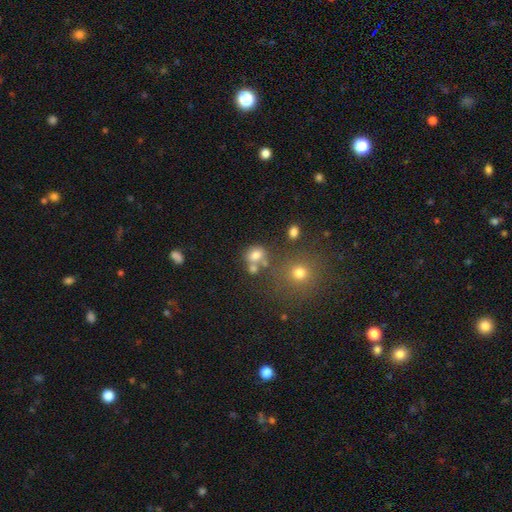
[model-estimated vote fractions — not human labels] Smooth or featured? smooth (74%)
How rounded? round (58%)
Merging? none (50%)